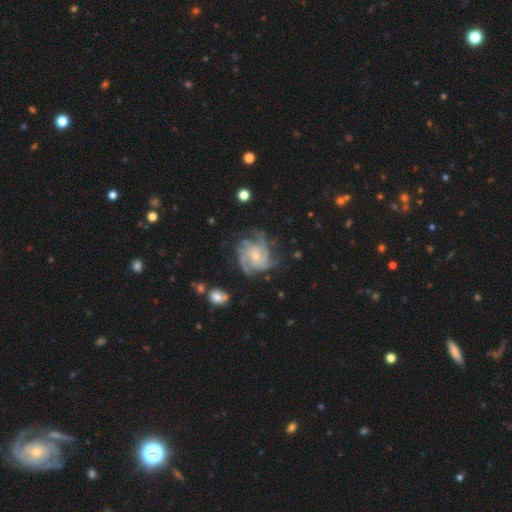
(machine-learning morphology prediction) type=featured or disk (88%); edge-on=no (98%); bar=no (74%); spiral arms=yes (97%); winding=tight (52%); arm count=4 (33%); bulge=small (64%); merging=none (68%).